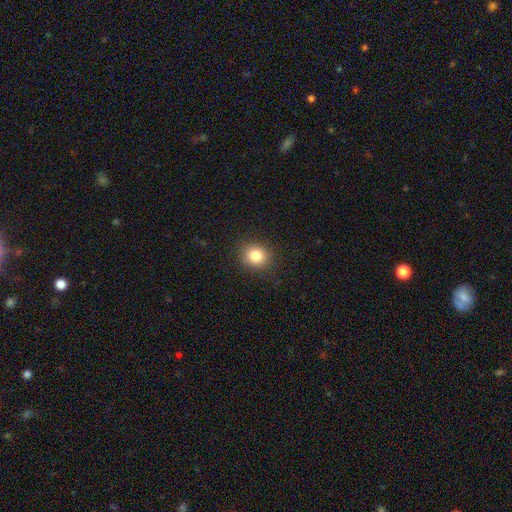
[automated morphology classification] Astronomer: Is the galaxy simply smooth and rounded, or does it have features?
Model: smooth — 82%.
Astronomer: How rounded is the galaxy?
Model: round — 78%.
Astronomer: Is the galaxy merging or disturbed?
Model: none — 90%.